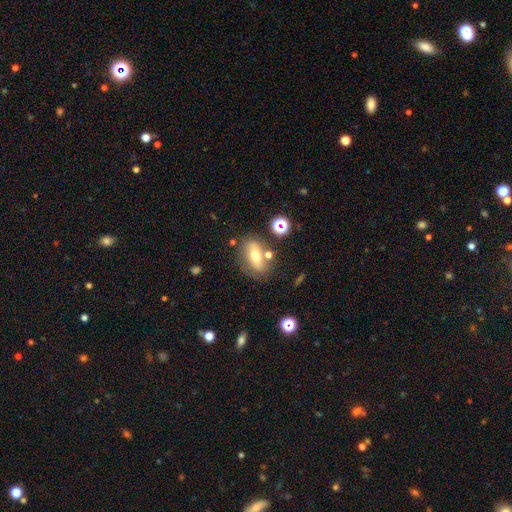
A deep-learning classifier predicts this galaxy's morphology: smooth_or_featured: smooth (p=0.48) [alt: featured or disk p=0.41]
merging: none (p=0.68) [alt: minor disturbance p=0.16]